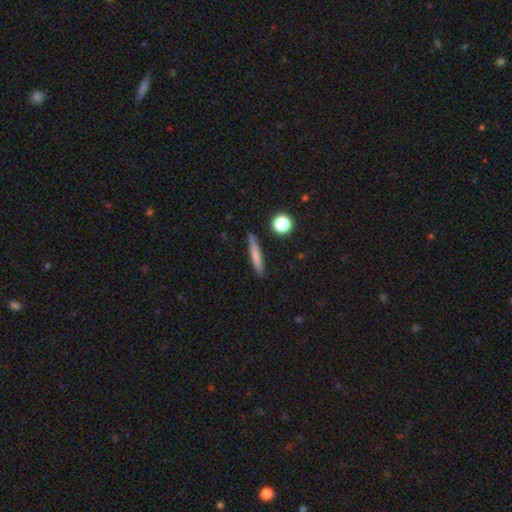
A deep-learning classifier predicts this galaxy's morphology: Smooth or featured?
  - smooth: 70% *
  - featured or disk: 22%
  - star or artifact: 8%
How rounded?
  - cigar-shaped: 91% *
  - in between: 6%
  - round: 3%
Merging?
  - none: 86% *
  - minor disturbance: 10%
  - merger: 2%
  - major disturbance: 2%